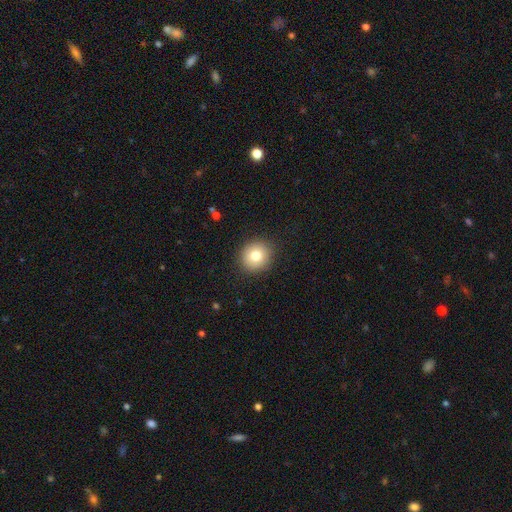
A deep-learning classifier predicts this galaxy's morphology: The model was most divided on "smooth or featured": smooth: 78%, featured or disk: 12%, star or artifact: 11%. More confident: merging — none (90%); how rounded — round (89%).